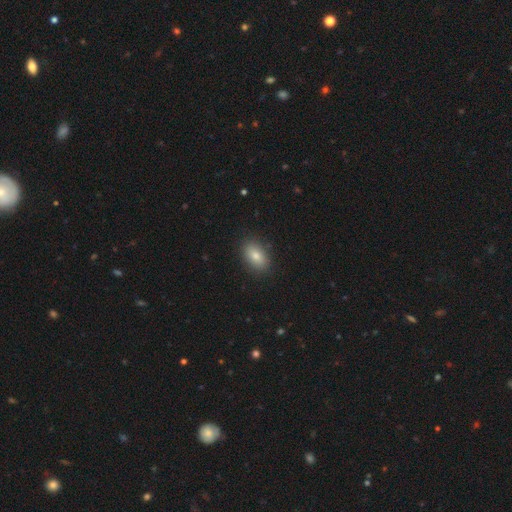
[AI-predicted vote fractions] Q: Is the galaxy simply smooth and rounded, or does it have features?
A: smooth — 82%.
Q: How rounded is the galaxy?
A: in between — 88%.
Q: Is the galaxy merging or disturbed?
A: none — 86%.